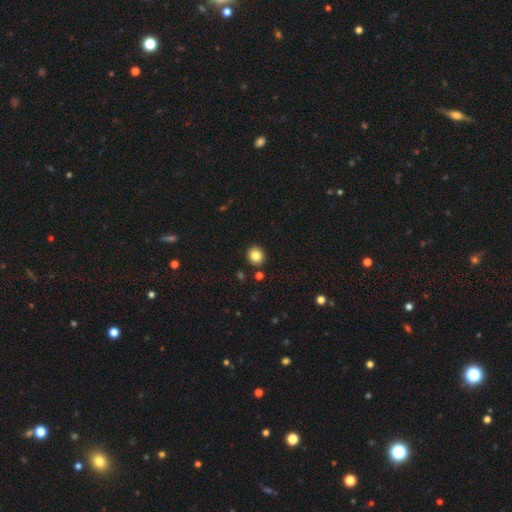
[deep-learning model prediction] smooth_or_featured: smooth (p=0.83) [alt: star or artifact p=0.10]
how_rounded: round (p=0.88) [alt: in between p=0.11]
merging: none (p=0.91) [alt: minor disturbance p=0.05]